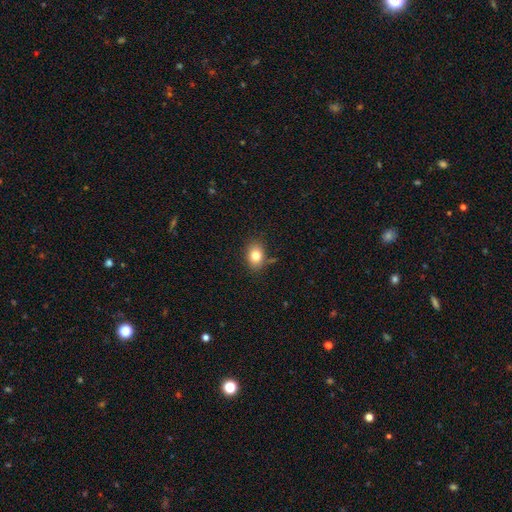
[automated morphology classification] smooth-or-featured: smooth: 81% | star or artifact: 10% | featured or disk: 9%
  how-rounded: in between: 67% | round: 32% | cigar-shaped: 1%
  merging: none: 80% | minor disturbance: 13% | major disturbance: 3% | merger: 3%